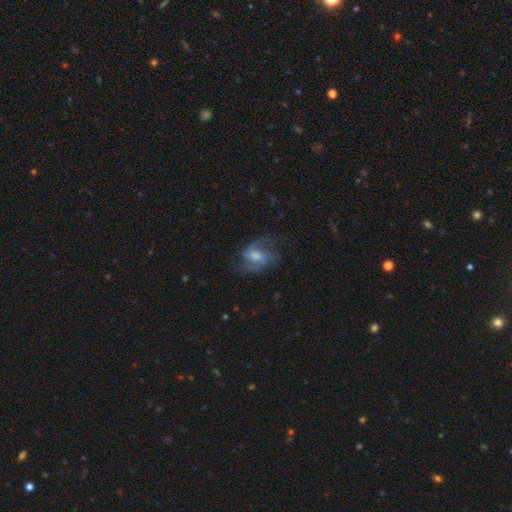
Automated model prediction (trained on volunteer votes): This is likely a featured or disk galaxy (66%). It is clearly not viewed edge-on (96%). Bar: possibly weak (49%). Spiral arm pattern: clearly yes (85%). Spiral arm count: likely 2 (66%). Spiral winding: possibly medium (47%). Central bulge: marginally moderate (44%). Merging: possibly none (53%).